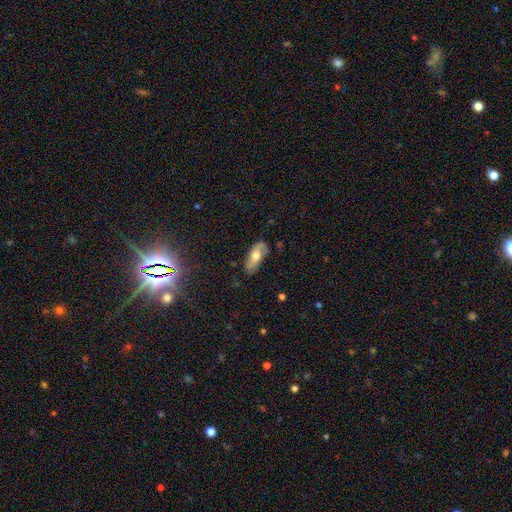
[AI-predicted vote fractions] smooth 52%, featured or disk 41%, star or artifact 7%. Down the decision tree: how rounded — in between (82%); merging — none (73%).